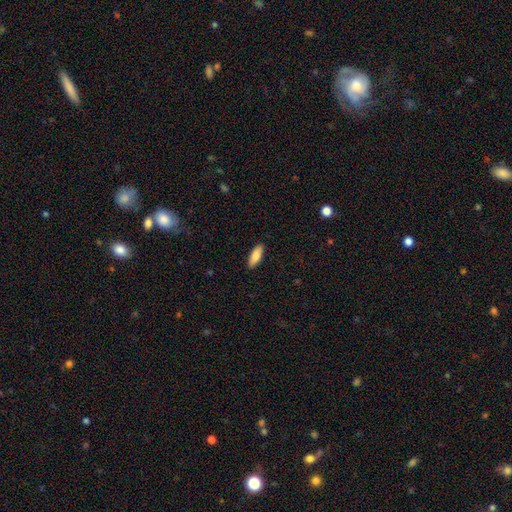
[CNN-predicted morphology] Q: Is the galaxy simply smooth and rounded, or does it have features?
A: smooth — 85%.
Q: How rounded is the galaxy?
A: in between — 64%.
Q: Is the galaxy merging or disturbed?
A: none — 90%.